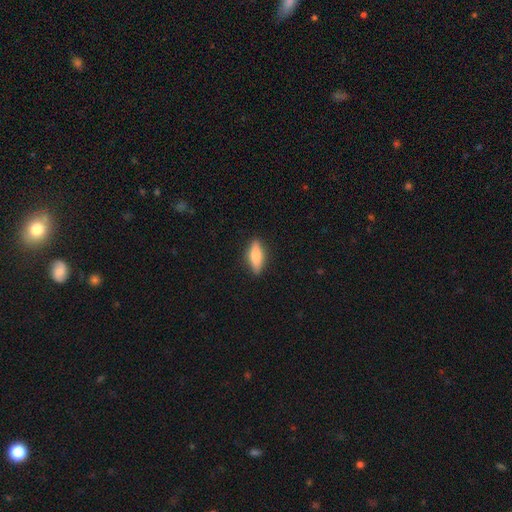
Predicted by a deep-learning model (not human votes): Smooth or featured?
  - smooth: 68% *
  - featured or disk: 25%
  - star or artifact: 6%
How rounded?
  - in between: 49% *
  - cigar-shaped: 48%
  - round: 3%
Merging?
  - none: 87% *
  - minor disturbance: 10%
  - major disturbance: 2%
  - merger: 1%